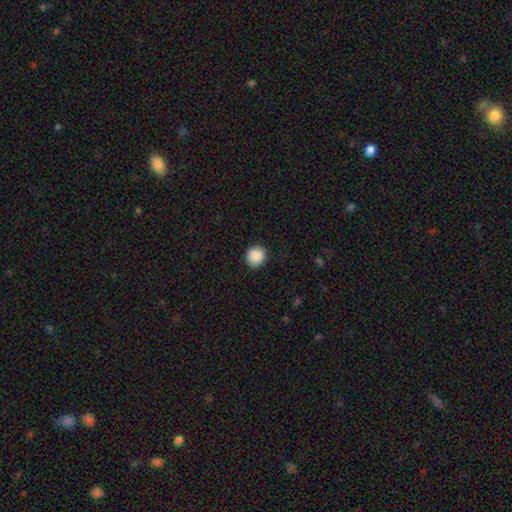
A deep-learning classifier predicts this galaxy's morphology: This is clearly a smooth galaxy (89%). How rounded: clearly round (88%). Merging: clearly none (90%).